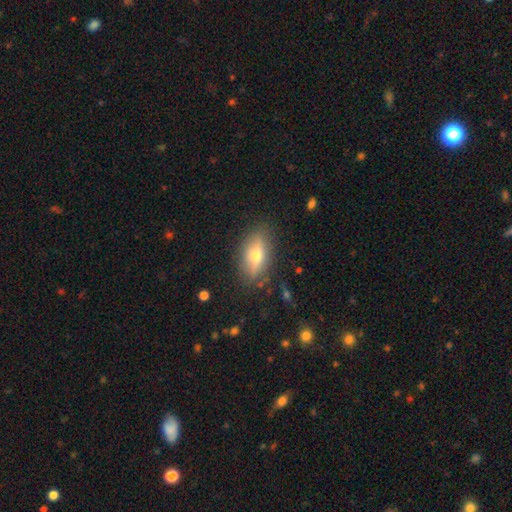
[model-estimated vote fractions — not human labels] Overall: smooth (57%; featured or disk 34%). How rounded: in between (79%). Merging: none (82%).